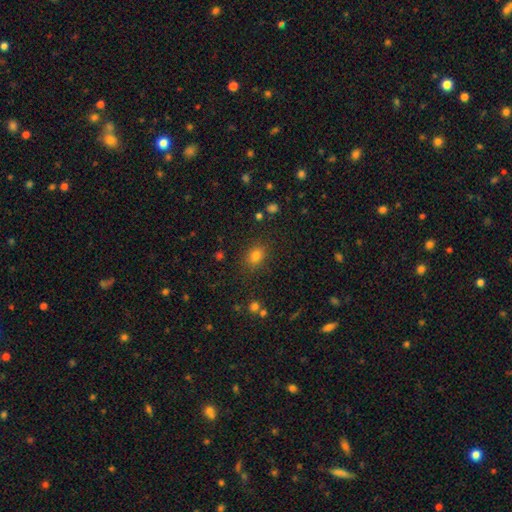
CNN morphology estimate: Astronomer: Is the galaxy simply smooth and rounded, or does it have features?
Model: smooth — 79%.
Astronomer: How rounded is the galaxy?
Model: round — 51% (runner-up: in between, 48%).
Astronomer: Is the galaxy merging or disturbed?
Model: none — 85%.